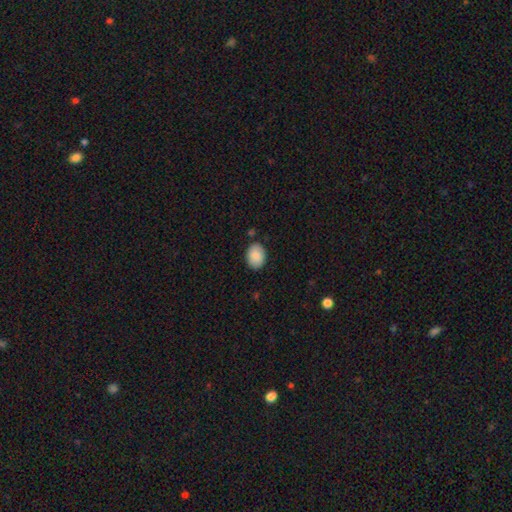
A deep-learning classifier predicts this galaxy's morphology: smooth-or-featured: smooth: 89% | star or artifact: 7% | featured or disk: 4%
  how-rounded: in between: 76% | round: 23% | cigar-shaped: 1%
  merging: none: 86% | minor disturbance: 10% | major disturbance: 2% | merger: 2%